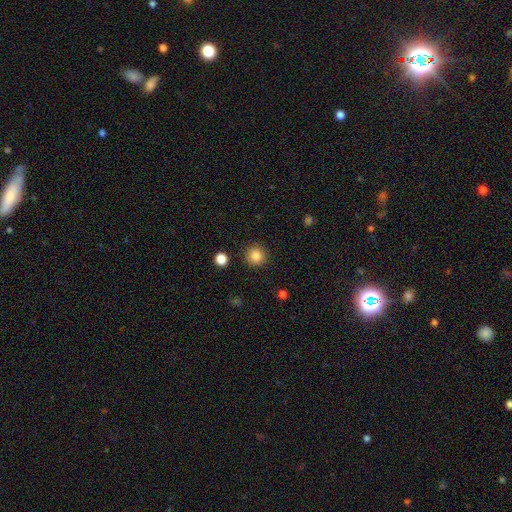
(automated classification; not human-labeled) Q: Smooth or featured?
A: smooth (86%); runner-up: star or artifact (10%)
Q: How rounded?
A: round (94%); runner-up: in between (5%)
Q: Merging?
A: none (91%); runner-up: minor disturbance (6%)